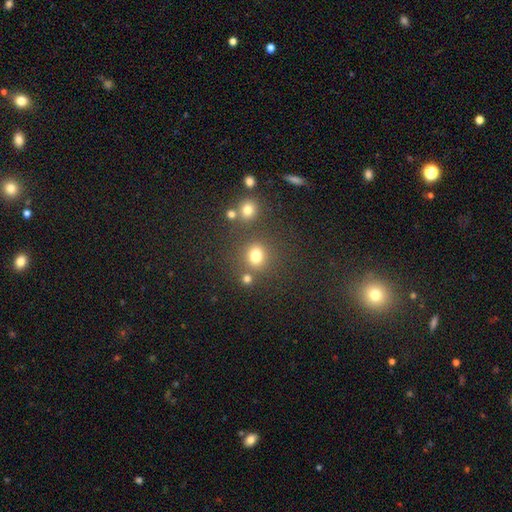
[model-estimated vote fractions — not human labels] The model was most divided on "smooth or featured": smooth: 76%, star or artifact: 18%, featured or disk: 6%. More confident: how rounded — round (80%); merging — none (73%).